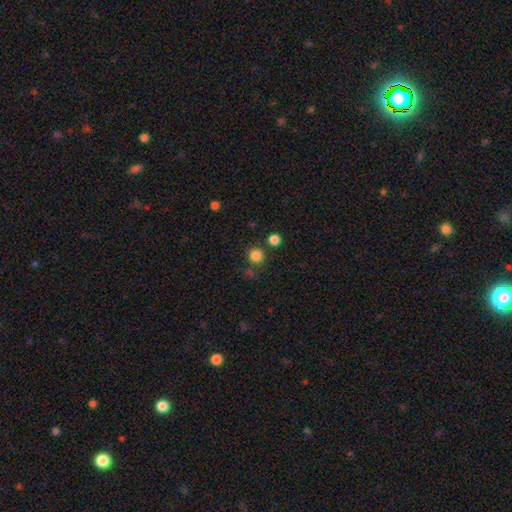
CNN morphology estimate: Q: Smooth or featured?
A: smooth (83%); runner-up: star or artifact (13%)
Q: How rounded?
A: round (95%); runner-up: in between (4%)
Q: Merging?
A: none (80%); runner-up: merger (9%)